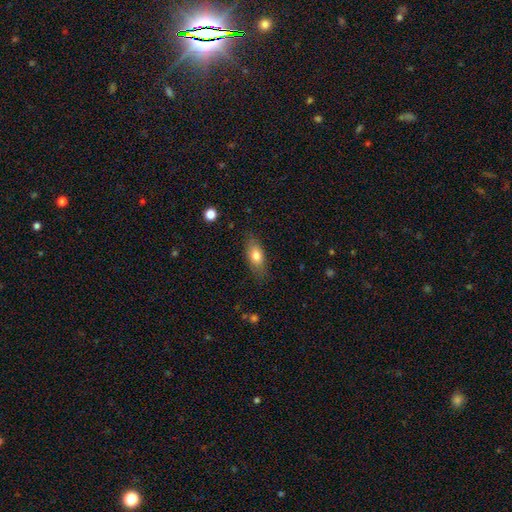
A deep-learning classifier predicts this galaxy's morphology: This is likely a smooth galaxy (76%). How rounded: likely in between (80%). Merging: likely none (79%).